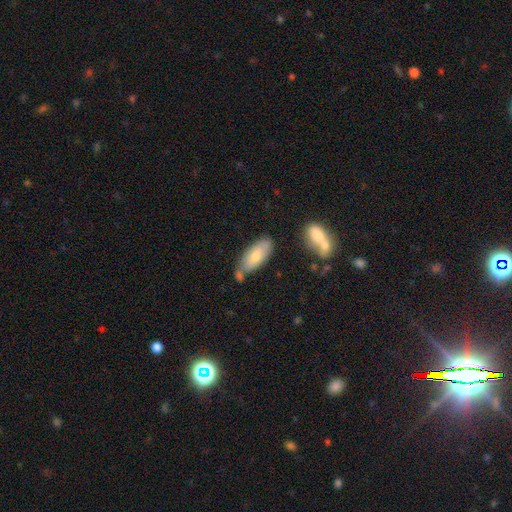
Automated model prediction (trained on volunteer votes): Overall: smooth (72%). How rounded: in between (83%). Merging: none (59%; minor disturbance 20%).